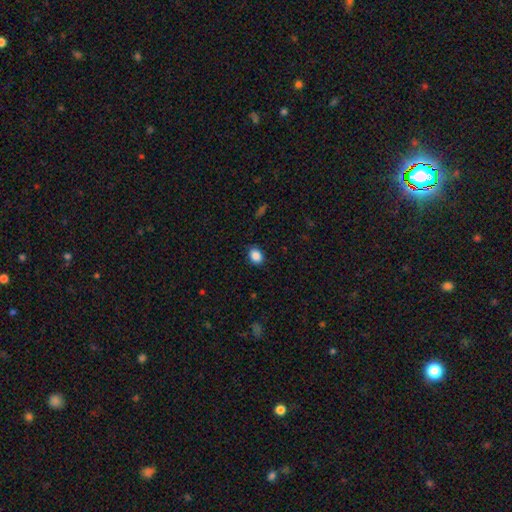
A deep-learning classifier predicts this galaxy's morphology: smooth-or-featured: smooth: 88% | star or artifact: 9% | featured or disk: 4%
  how-rounded: in between: 61% | round: 38% | cigar-shaped: 1%
  merging: none: 87% | minor disturbance: 10% | major disturbance: 2% | merger: 1%